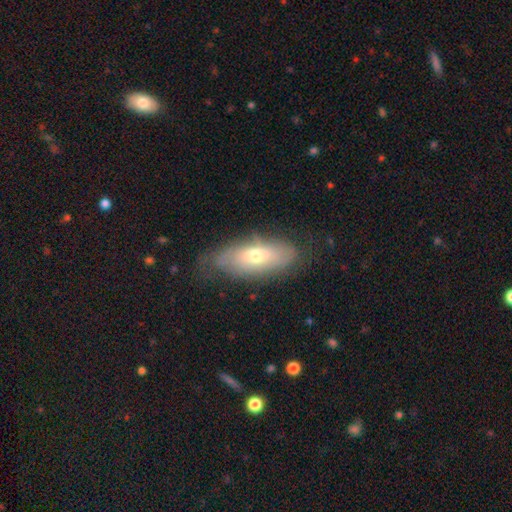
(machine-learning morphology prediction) smooth-or-featured: smooth: 52% | featured or disk: 41% | star or artifact: 7%
  how-rounded: in between: 77% | cigar-shaped: 20% | round: 3%
  merging: none: 62% | minor disturbance: 27% | major disturbance: 9% | merger: 2%